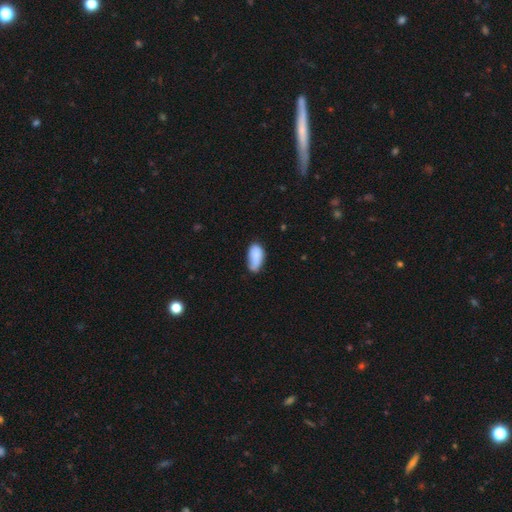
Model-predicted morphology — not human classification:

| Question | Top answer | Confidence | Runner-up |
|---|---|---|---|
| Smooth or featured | smooth | 85% | featured or disk (8%) |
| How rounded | in between | 92% | cigar-shaped (5%) |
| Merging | none | 49% | minor disturbance (37%) |